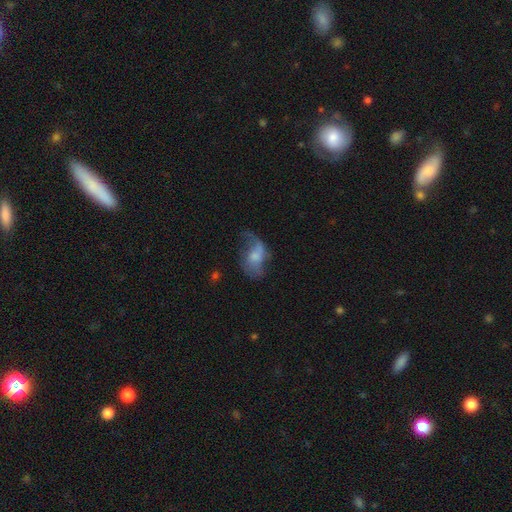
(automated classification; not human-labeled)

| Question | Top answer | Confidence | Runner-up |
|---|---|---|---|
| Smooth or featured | featured or disk | 58% | smooth (33%) |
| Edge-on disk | no | 96% | yes (4%) |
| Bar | no | 62% | weak (32%) |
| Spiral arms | yes | 75% | no (25%) |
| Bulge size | moderate | 37% | small (31%) |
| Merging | none | 36% | major disturbance (35%) |